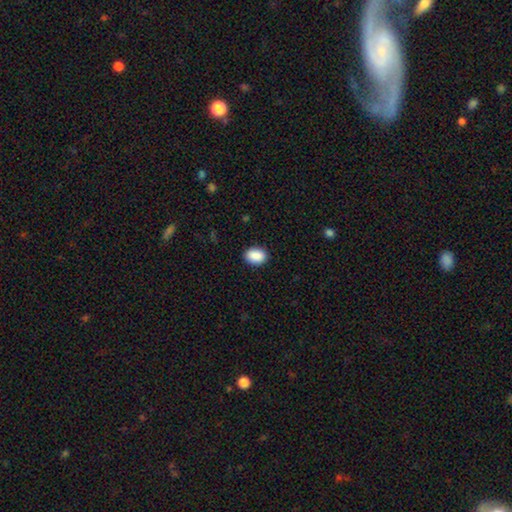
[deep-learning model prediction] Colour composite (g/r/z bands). It shows a smooth galaxy with no disk features (90%) that is in between round and cigar-shaped (81%). Merging: none (89%).